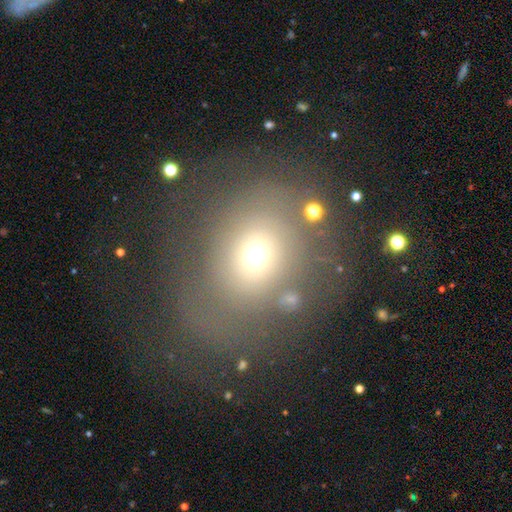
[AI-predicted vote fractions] A smooth galaxy with no disk features (63%) that is round (70%).

Vote fractions:
- Smooth or featured? smooth: 63% / star or artifact: 19% / featured or disk: 18%
- How rounded? round: 70% / in between: 28% / cigar-shaped: 1%
- Merging? none: 56% / major disturbance: 21% / minor disturbance: 17% / merger: 6%